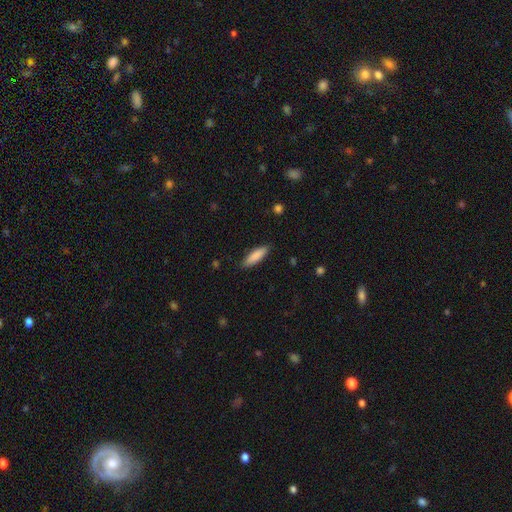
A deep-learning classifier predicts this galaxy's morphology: Smooth or featured?
  - smooth: 86% *
  - featured or disk: 9%
  - star or artifact: 6%
How rounded?
  - cigar-shaped: 60% *
  - in between: 38%
  - round: 1%
Merging?
  - none: 87% *
  - minor disturbance: 10%
  - major disturbance: 2%
  - merger: 1%